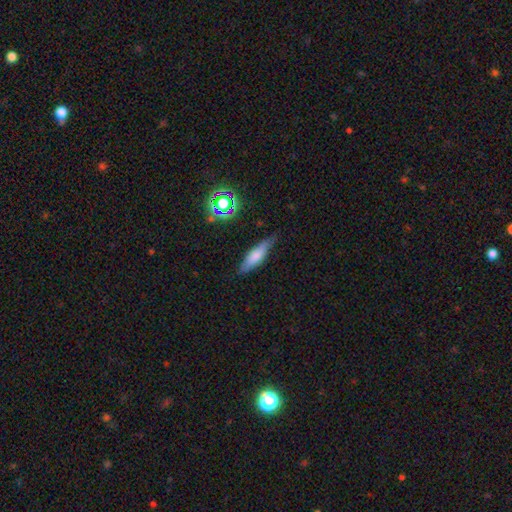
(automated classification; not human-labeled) smooth-or-featured: smooth: 63% | featured or disk: 28% | star or artifact: 9%
  how-rounded: cigar-shaped: 62% | in between: 36% | round: 2%
  merging: none: 76% | minor disturbance: 19% | major disturbance: 4% | merger: 2%